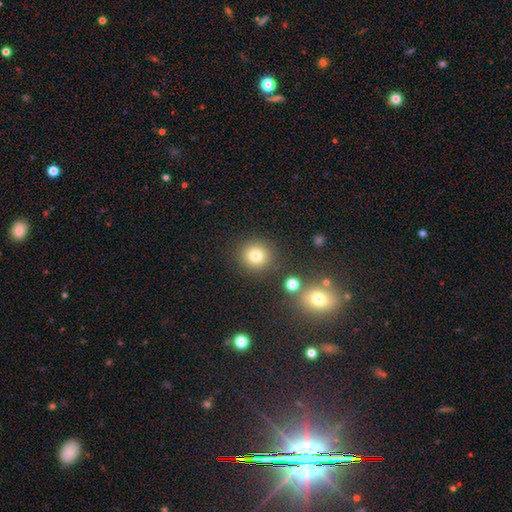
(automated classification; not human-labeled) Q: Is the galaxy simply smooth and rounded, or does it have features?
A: smooth — 79%.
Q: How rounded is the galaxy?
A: round — 91%.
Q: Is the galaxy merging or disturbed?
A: none — 84%.